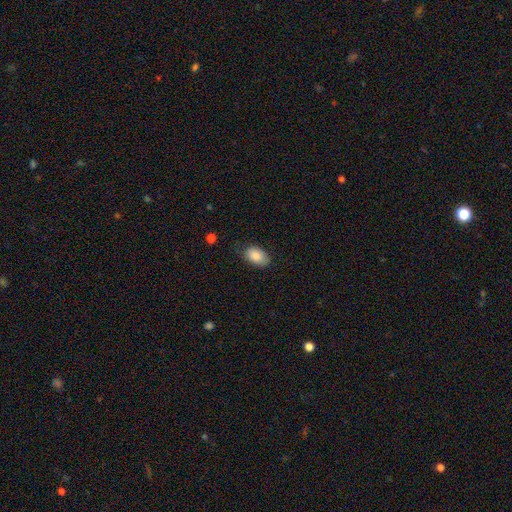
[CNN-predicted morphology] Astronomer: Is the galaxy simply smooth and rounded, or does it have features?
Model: smooth — 85%.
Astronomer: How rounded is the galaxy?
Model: in between — 90%.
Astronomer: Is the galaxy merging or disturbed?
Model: none — 76%.